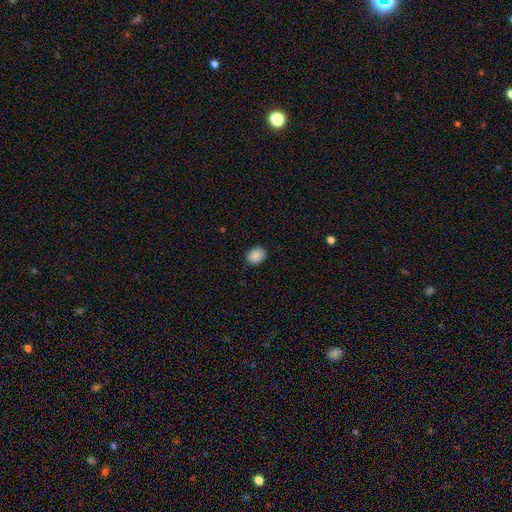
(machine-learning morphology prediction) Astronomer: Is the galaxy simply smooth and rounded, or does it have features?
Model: smooth — 89%.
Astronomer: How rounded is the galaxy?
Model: in between — 52% (runner-up: round, 47%).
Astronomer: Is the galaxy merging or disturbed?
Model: none — 88%.